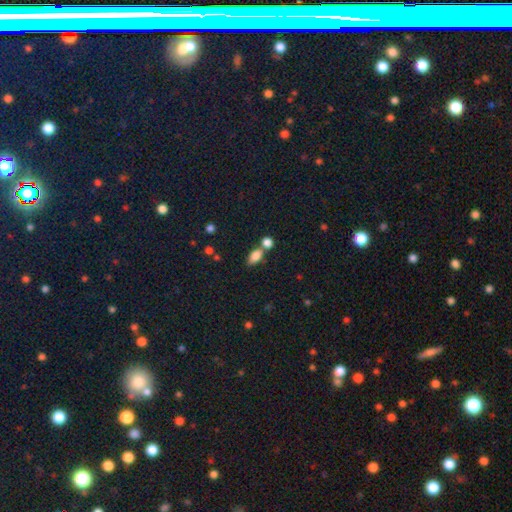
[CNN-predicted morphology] smooth 82%, star or artifact 9%, featured or disk 9%. Down the decision tree: how rounded — in between (85%); merging — none (46%).